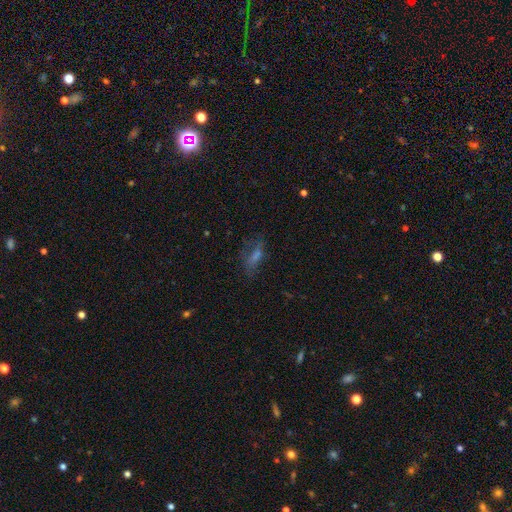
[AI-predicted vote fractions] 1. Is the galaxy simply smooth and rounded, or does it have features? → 39% smooth, 34% featured or disk, 26% star or artifact.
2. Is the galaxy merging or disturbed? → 62% none, 20% minor disturbance, 16% major disturbance, 2% merger.